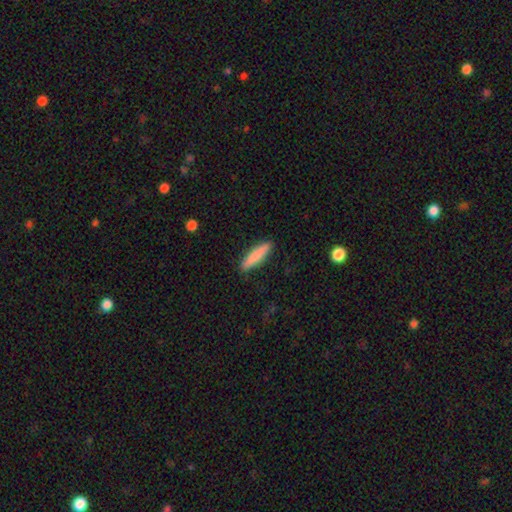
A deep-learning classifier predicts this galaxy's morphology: Smooth or featured?
  - smooth: 84% *
  - featured or disk: 10%
  - star or artifact: 6%
How rounded?
  - cigar-shaped: 83% *
  - in between: 16%
  - round: 1%
Merging?
  - none: 90% *
  - minor disturbance: 7%
  - major disturbance: 2%
  - merger: 1%